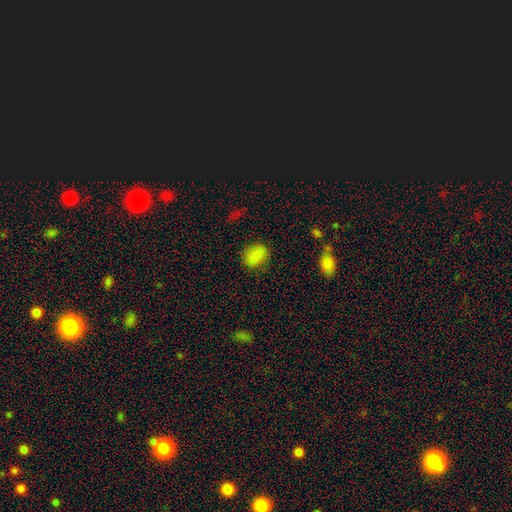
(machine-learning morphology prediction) This appears to be a smooth galaxy with no disk features (85%) that is in between round and cigar-shaped (71%). Merging: none (85%).